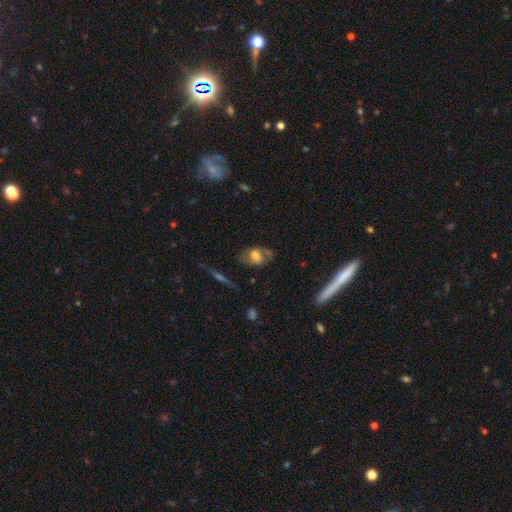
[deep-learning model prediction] This is possibly a smooth galaxy (56%). How rounded: clearly in between (81%). Merging: possibly none (52%).